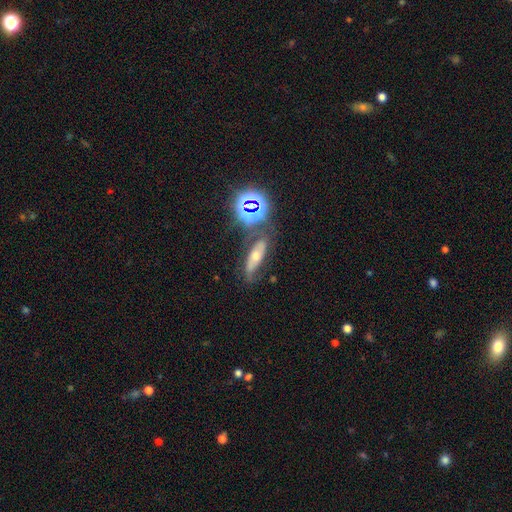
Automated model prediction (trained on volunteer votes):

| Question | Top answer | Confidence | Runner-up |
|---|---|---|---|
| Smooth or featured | featured or disk | 44% | smooth (34%) |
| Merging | none | 57% | minor disturbance (22%) |